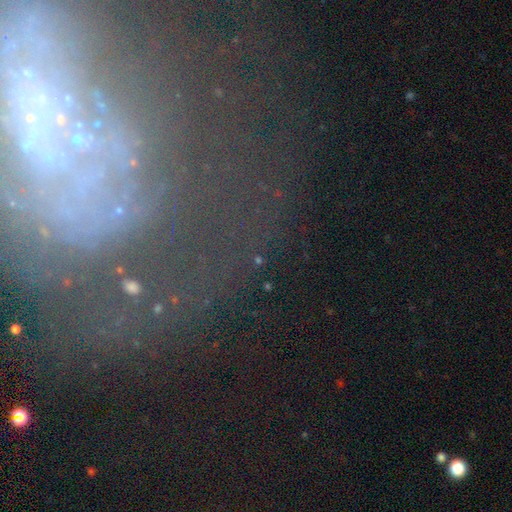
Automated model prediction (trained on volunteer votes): Q: Smooth or featured?
A: featured or disk (54%); runner-up: star or artifact (29%)
Q: Edge-on disk?
A: no (91%); runner-up: yes (9%)
Q: Merging?
A: none (60%); runner-up: major disturbance (18%)